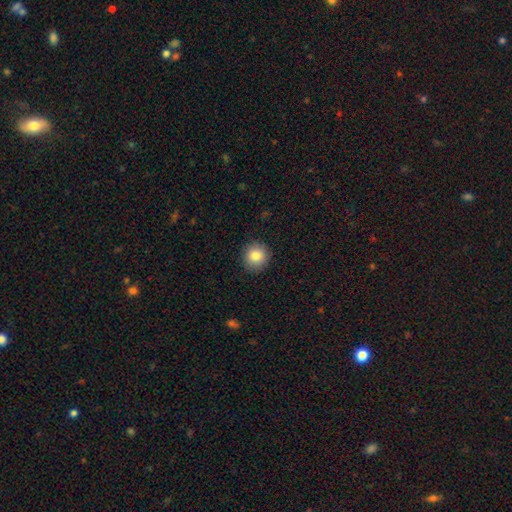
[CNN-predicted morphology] smooth 85%, star or artifact 9%, featured or disk 6%. Down the decision tree: how rounded — round (92%); merging — none (90%).